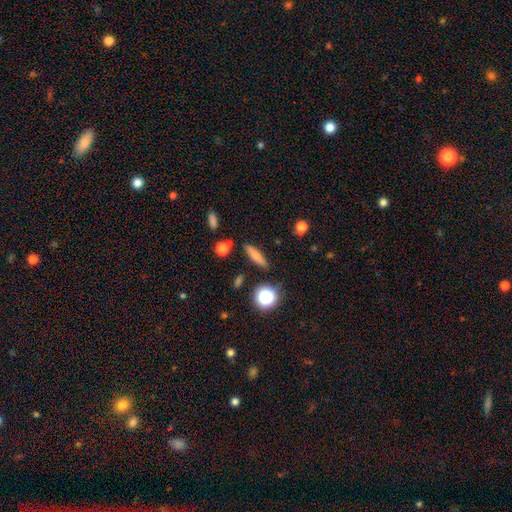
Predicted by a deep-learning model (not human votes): Q: Smooth or featured?
A: smooth (71%); runner-up: featured or disk (18%)
Q: How rounded?
A: cigar-shaped (71%); runner-up: in between (23%)
Q: Merging?
A: none (84%); runner-up: minor disturbance (9%)